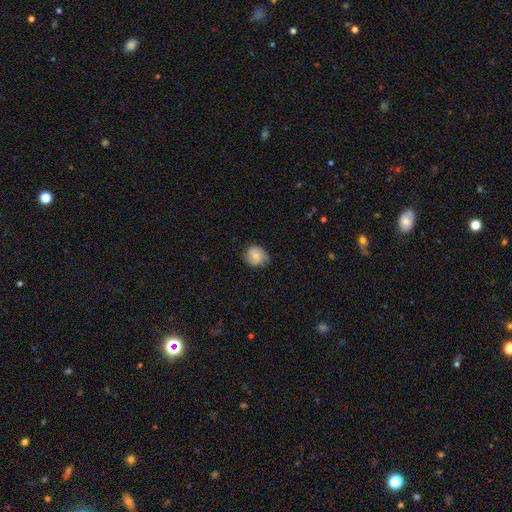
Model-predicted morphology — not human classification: Smooth or featured? smooth (67%)
How rounded? round (76%)
Merging? none (72%)